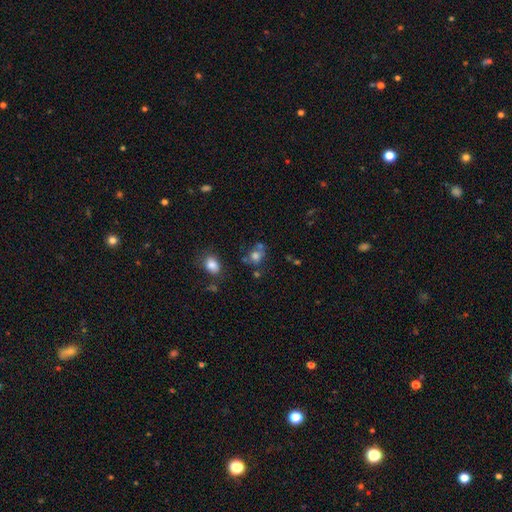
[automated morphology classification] The model was most divided on "how rounded": round: 58%, in between: 41%, cigar-shaped: 1%. Remaining: smooth or featured — smooth (73%); merging — none (49%).